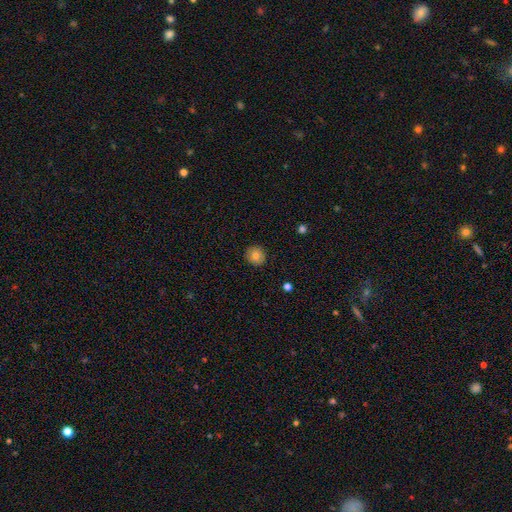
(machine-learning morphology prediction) Smooth or featured? smooth (78%)
How rounded? round (93%)
Merging? none (91%)